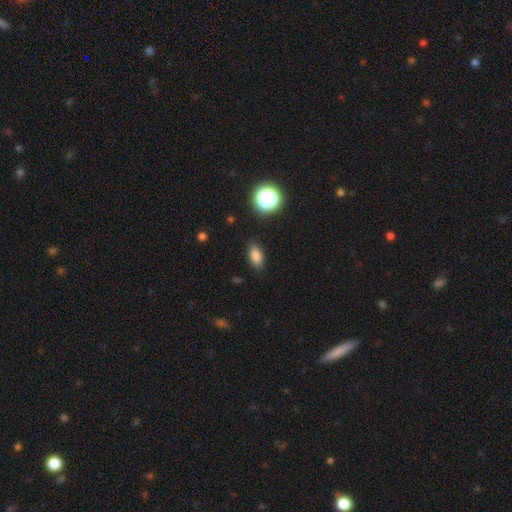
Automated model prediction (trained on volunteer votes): smooth-or-featured: smooth: 83% | star or artifact: 12% | featured or disk: 5%
  how-rounded: in between: 87% | round: 9% | cigar-shaped: 4%
  merging: none: 86% | minor disturbance: 10% | major disturbance: 3% | merger: 1%